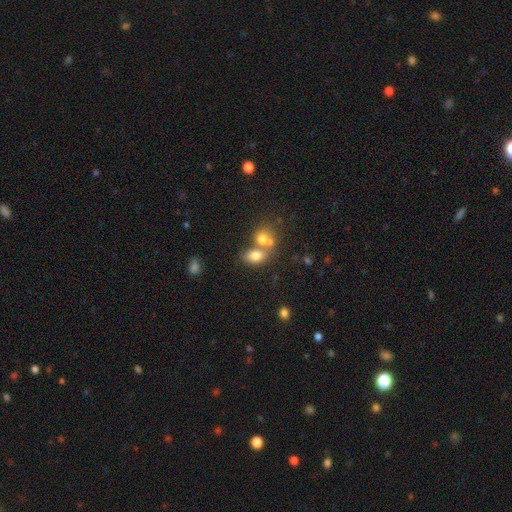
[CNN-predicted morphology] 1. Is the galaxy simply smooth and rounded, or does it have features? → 75% smooth, 14% featured or disk, 11% star or artifact.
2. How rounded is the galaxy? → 71% in between, 28% round, 1% cigar-shaped.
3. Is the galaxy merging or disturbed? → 51% merger, 35% none, 10% minor disturbance, 4% major disturbance.